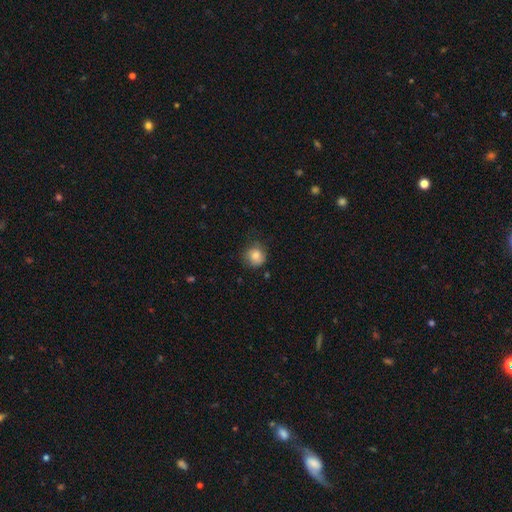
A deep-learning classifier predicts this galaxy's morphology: Smooth or featured?
  - smooth: 82% *
  - star or artifact: 9%
  - featured or disk: 9%
How rounded?
  - round: 87% *
  - in between: 12%
  - cigar-shaped: 1%
Merging?
  - none: 70% *
  - minor disturbance: 22%
  - major disturbance: 6%
  - merger: 2%